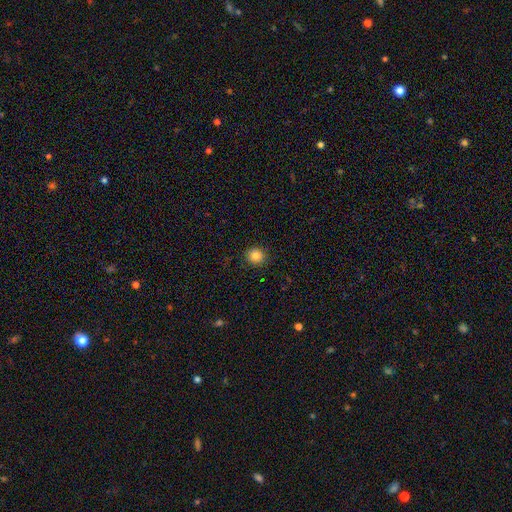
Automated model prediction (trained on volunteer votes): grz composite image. It shows a smooth galaxy with no disk features (83%) that is round (89%). Merging: none (90%).